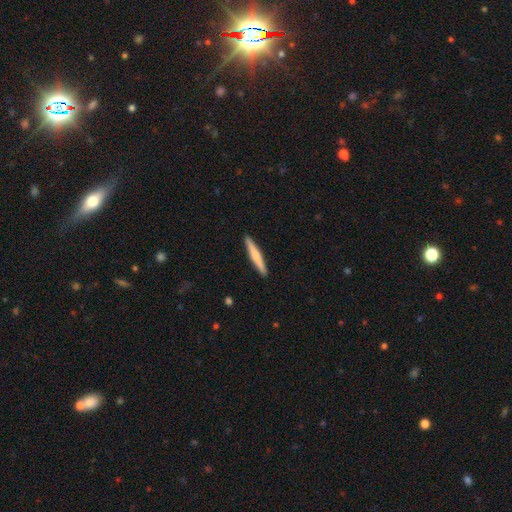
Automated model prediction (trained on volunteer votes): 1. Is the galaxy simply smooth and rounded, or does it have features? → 58% smooth, 37% featured or disk, 5% star or artifact.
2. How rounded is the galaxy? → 95% cigar-shaped, 4% in between, 1% round.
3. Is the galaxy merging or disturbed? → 92% none, 6% minor disturbance, 1% major disturbance, 1% merger.